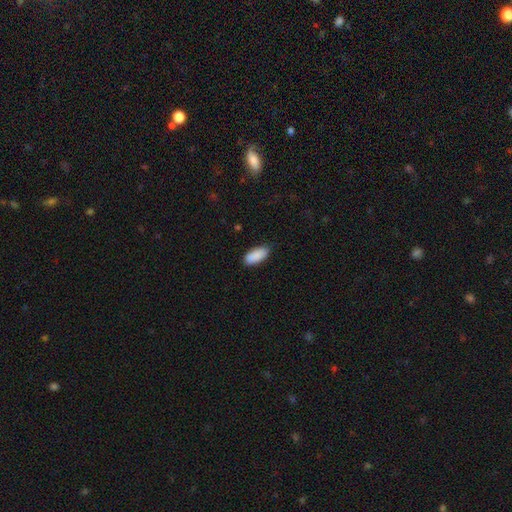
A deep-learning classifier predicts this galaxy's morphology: A smooth galaxy with no disk features (90%) that is in between round and cigar-shaped (89%).

Vote fractions:
- Smooth or featured? smooth: 90% / star or artifact: 6% / featured or disk: 4%
- How rounded? in between: 89% / cigar-shaped: 9% / round: 2%
- Merging? none: 84% / minor disturbance: 13% / major disturbance: 2% / merger: 1%